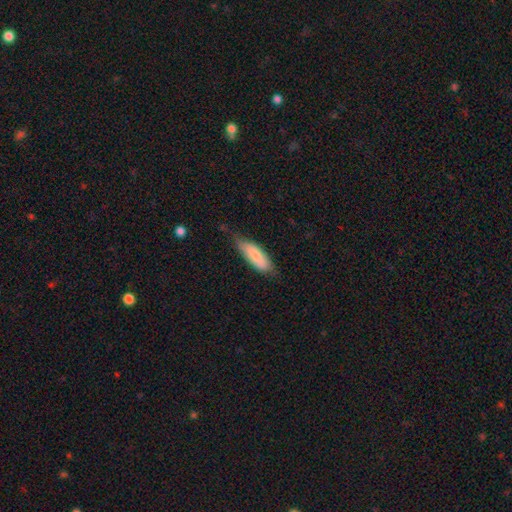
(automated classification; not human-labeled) Overall: smooth (79%). How rounded: in between (60%; cigar-shaped 38%). Merging: none (59%; minor disturbance 33%).